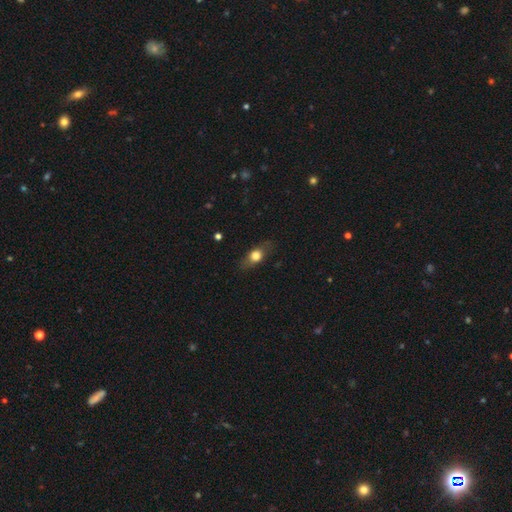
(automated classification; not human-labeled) This is likely a smooth galaxy (67%). How rounded: likely in between (63%). Merging: likely none (78%).